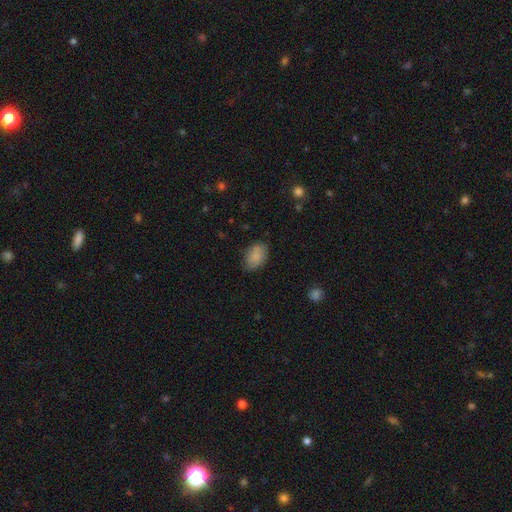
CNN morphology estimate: smooth 85%, star or artifact 8%, featured or disk 7%. Down the decision tree: how rounded — in between (86%); merging — none (75%).